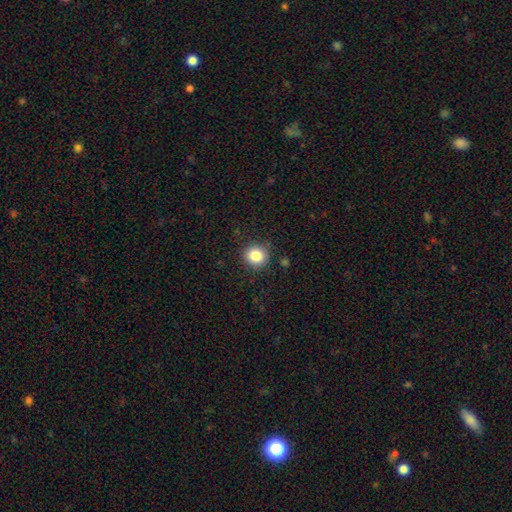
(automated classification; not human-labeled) Overall: smooth (84%). How rounded: round (91%). Merging: none (88%).